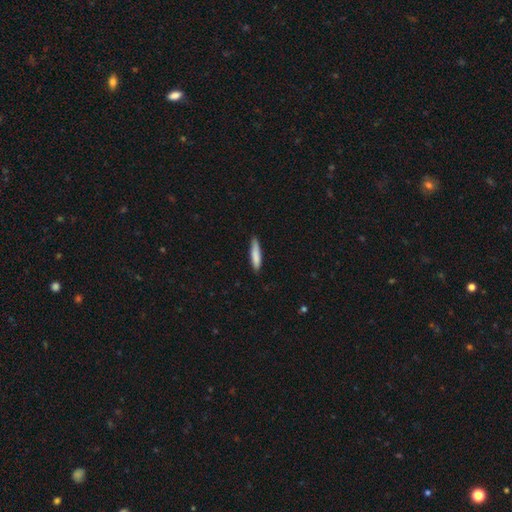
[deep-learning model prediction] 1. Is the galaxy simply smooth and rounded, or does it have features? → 82% smooth, 12% featured or disk, 6% star or artifact.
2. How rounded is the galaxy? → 85% cigar-shaped, 14% in between, 1% round.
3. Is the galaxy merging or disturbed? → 80% none, 16% minor disturbance, 2% major disturbance, 1% merger.